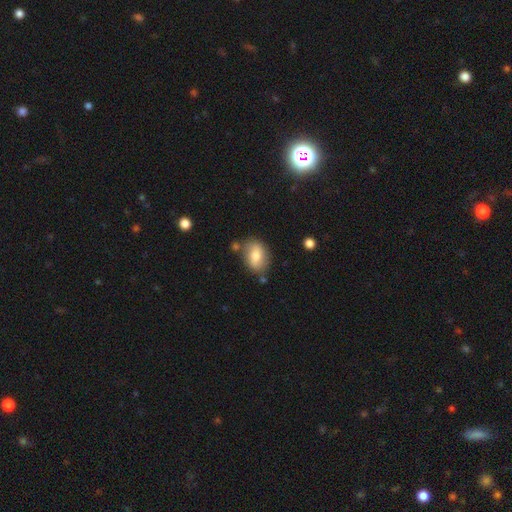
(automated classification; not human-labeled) Overall: smooth (71%). How rounded: in between (79%). Merging: none (71%).